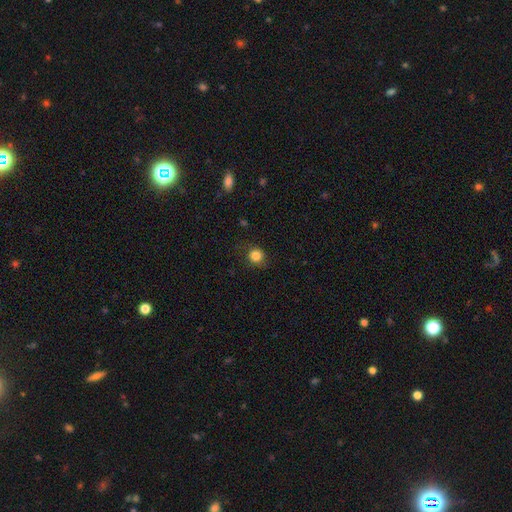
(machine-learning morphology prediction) The model was most divided on "merging": none: 83%, minor disturbance: 12%, major disturbance: 4%, merger: 1%. More confident: how rounded — round (87%); smooth or featured — smooth (84%).